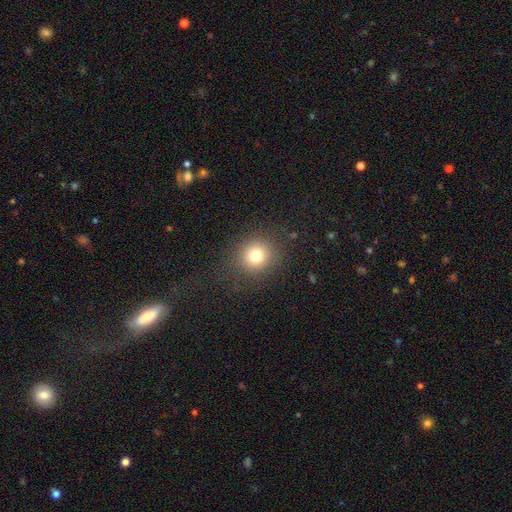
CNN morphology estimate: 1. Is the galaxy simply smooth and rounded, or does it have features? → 76% smooth, 14% star or artifact, 9% featured or disk.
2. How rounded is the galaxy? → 84% round, 15% in between, 1% cigar-shaped.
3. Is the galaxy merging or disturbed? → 84% none, 9% minor disturbance, 6% major disturbance, 1% merger.